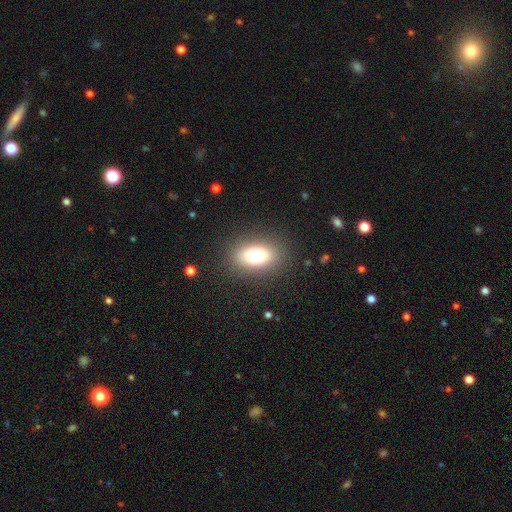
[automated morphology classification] Smooth or featured? Predicted: smooth (p=0.73). How rounded? Predicted: in between (p=0.79). Merging? Predicted: none (p=0.86).